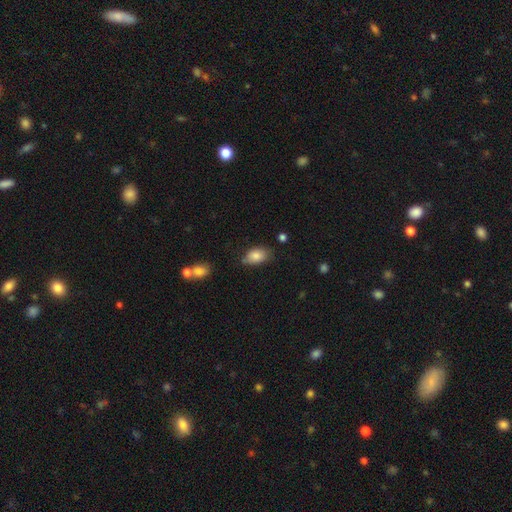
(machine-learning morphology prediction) Smooth or featured? smooth (83%)
How rounded? in between (90%)
Merging? none (63%)